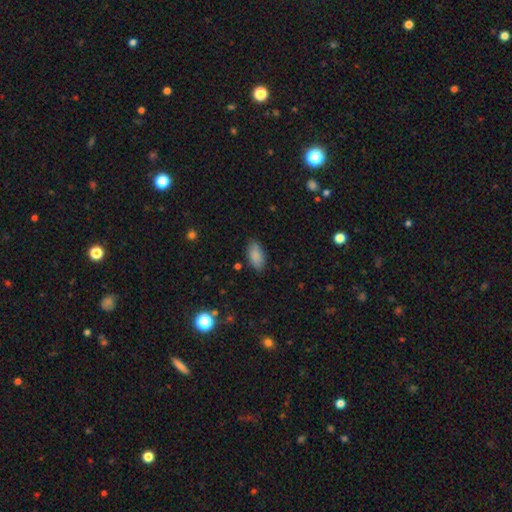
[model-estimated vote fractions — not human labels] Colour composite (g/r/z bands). It shows a smooth galaxy with no disk features (86%) that is in between round and cigar-shaped (92%). Merging: none (81%).